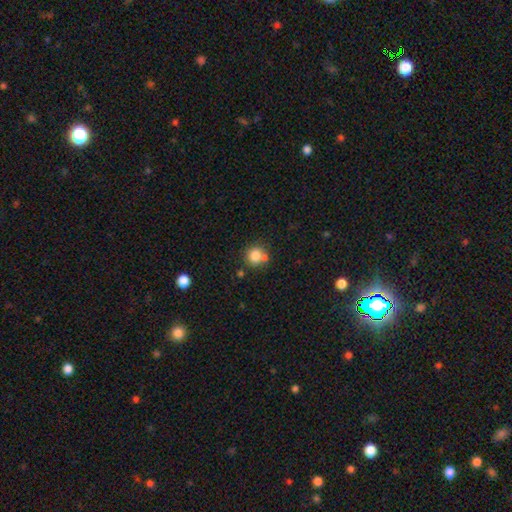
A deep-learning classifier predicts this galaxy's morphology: This is clearly a smooth galaxy (80%). How rounded: clearly round (86%). Merging: possibly none (59%).